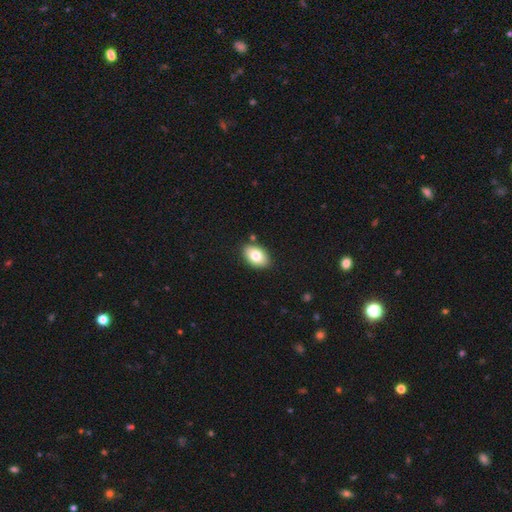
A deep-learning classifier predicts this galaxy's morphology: Smooth or featured?
  - smooth: 79% *
  - featured or disk: 13%
  - star or artifact: 8%
How rounded?
  - in between: 88% *
  - round: 10%
  - cigar-shaped: 1%
Merging?
  - none: 86% *
  - minor disturbance: 9%
  - merger: 3%
  - major disturbance: 2%